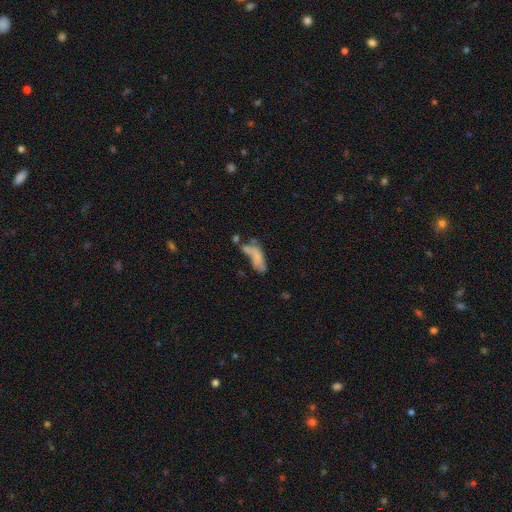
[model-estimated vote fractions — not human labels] Q: Smooth or featured?
A: smooth (63%); runner-up: featured or disk (25%)
Q: How rounded?
A: in between (69%); runner-up: cigar-shaped (28%)
Q: Merging?
A: merger (31%); runner-up: none (25%)